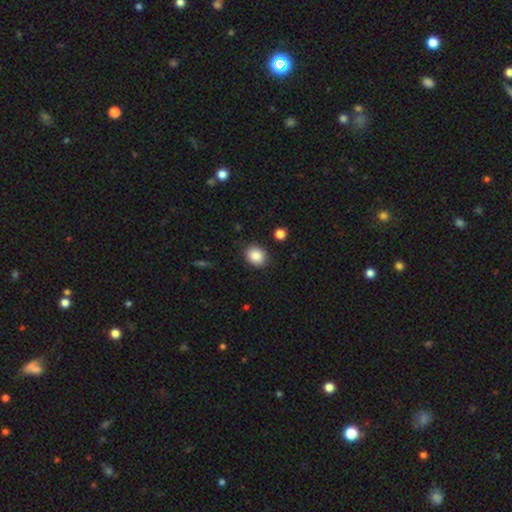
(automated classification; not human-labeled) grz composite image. It shows a smooth galaxy with no disk features (87%) that is round (63%). Merging: none (87%).